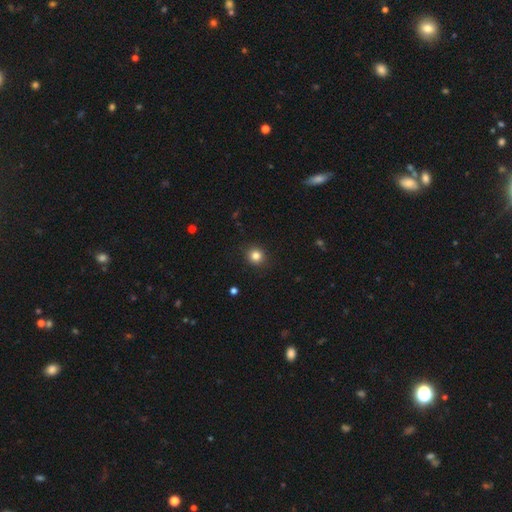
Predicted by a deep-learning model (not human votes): This is clearly a smooth galaxy (83%). How rounded: clearly round (89%). Merging: clearly none (91%).